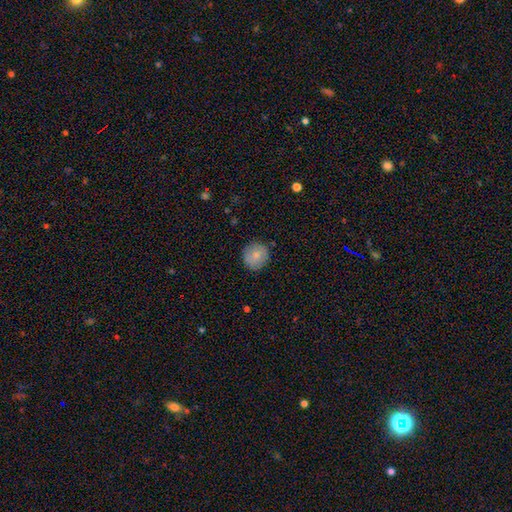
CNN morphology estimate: A smooth galaxy with no disk features (79%) that is round (90%).

Vote fractions:
- Smooth or featured? smooth: 79% / featured or disk: 14% / star or artifact: 7%
- How rounded? round: 90% / in between: 9% / cigar-shaped: 1%
- Merging? none: 85% / minor disturbance: 11% / major disturbance: 2% / merger: 1%